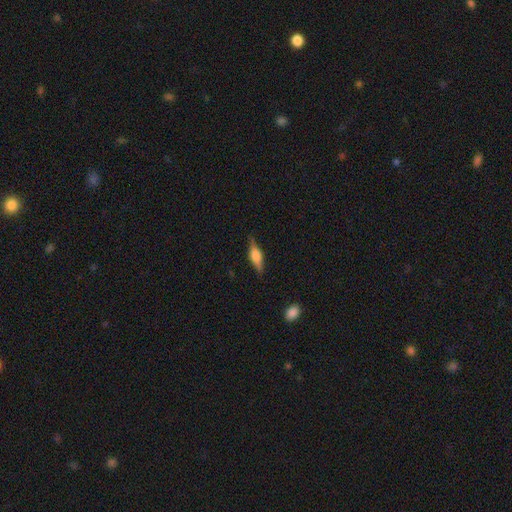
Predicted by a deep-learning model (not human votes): Smooth or featured?
  - featured or disk: 50% *
  - smooth: 44%
  - star or artifact: 7%
Merging?
  - none: 82% *
  - minor disturbance: 14%
  - major disturbance: 3%
  - merger: 1%